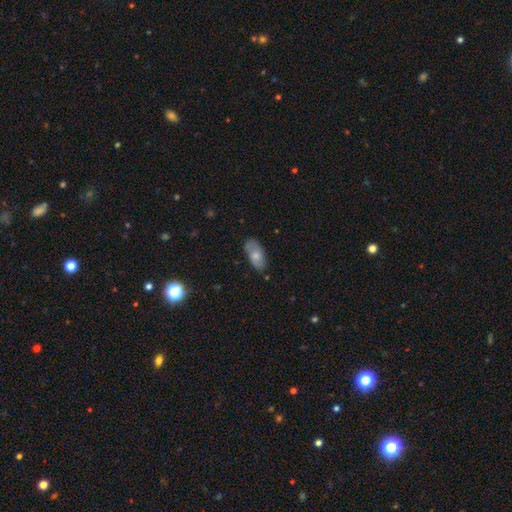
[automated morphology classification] Smooth or featured? Predicted: smooth (p=0.70). How rounded? Predicted: in between (p=0.92). Merging? Predicted: none (p=0.70).